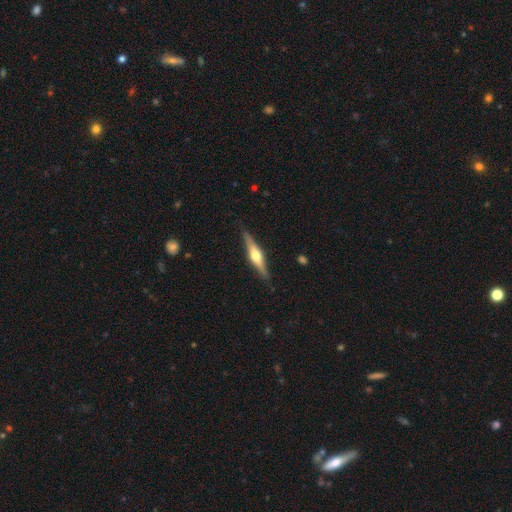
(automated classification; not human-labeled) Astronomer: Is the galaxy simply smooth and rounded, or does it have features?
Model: featured or disk — 67%.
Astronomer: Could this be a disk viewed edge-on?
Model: yes — 97%.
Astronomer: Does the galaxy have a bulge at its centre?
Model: rounded — 92%.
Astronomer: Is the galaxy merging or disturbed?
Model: none — 87%.